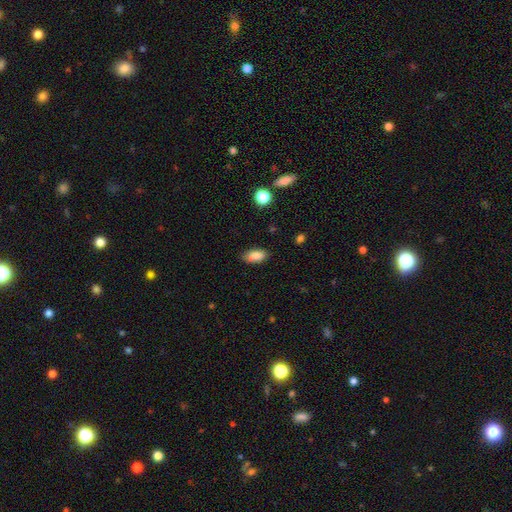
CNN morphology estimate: Smooth or featured? Predicted: smooth (p=0.85). How rounded? Predicted: in between (p=0.88). Merging? Predicted: none (p=0.84).